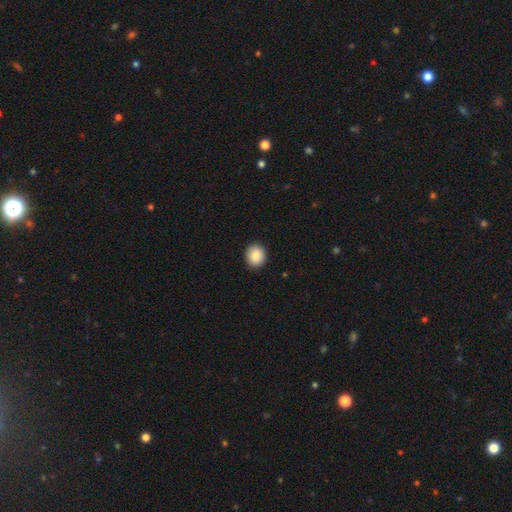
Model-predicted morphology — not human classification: Smooth or featured?
  - smooth: 87% *
  - star or artifact: 8%
  - featured or disk: 5%
How rounded?
  - round: 72% *
  - in between: 27%
  - cigar-shaped: 1%
Merging?
  - none: 92% *
  - minor disturbance: 6%
  - major disturbance: 2%
  - merger: 1%